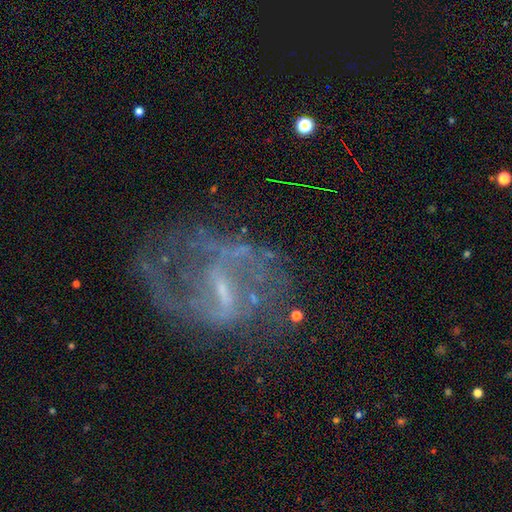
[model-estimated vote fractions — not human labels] Morphology: type=featured or disk (82%); edge-on=no (96%); bar=weak (50%); spiral arms=yes (81%); winding=loose (43%); arm count=2 (66%); bulge=small (58%); merging=none (52%).